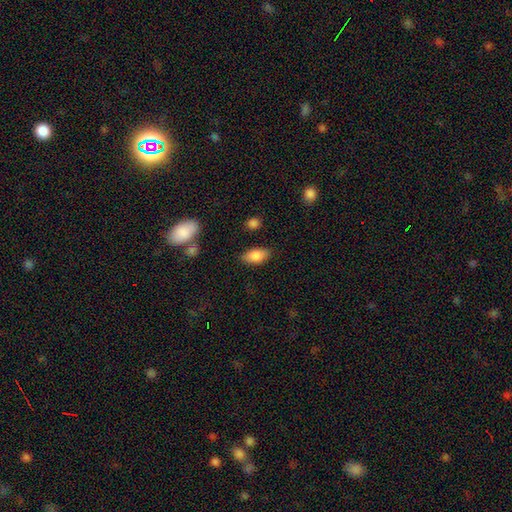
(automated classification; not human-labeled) Smooth or featured: smooth — 84% (featured or disk — 9%)
How rounded: in between — 90% (cigar-shaped — 6%)
Merging: none — 82% (minor disturbance — 13%)